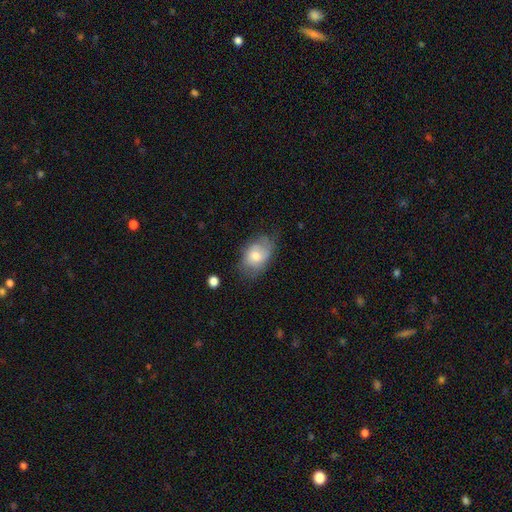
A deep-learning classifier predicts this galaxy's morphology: The model was most divided on "merging": none: 57%, minor disturbance: 30%, major disturbance: 10%, merger: 2%. More confident: how rounded — in between (83%); smooth or featured — smooth (68%).